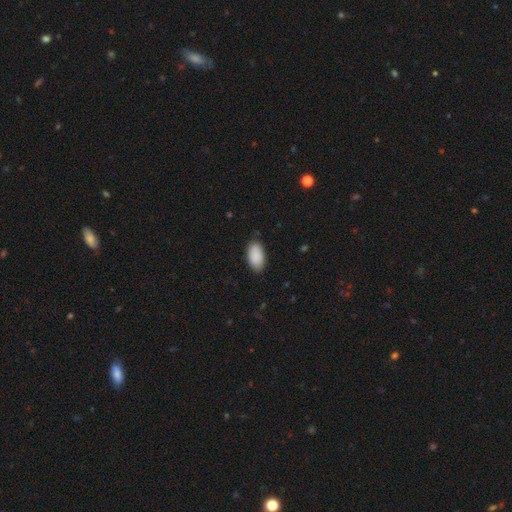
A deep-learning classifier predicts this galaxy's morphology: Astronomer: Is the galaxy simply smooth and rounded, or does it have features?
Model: smooth — 90%.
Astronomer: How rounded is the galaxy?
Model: in between — 96%.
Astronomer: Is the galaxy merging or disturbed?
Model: none — 83%.